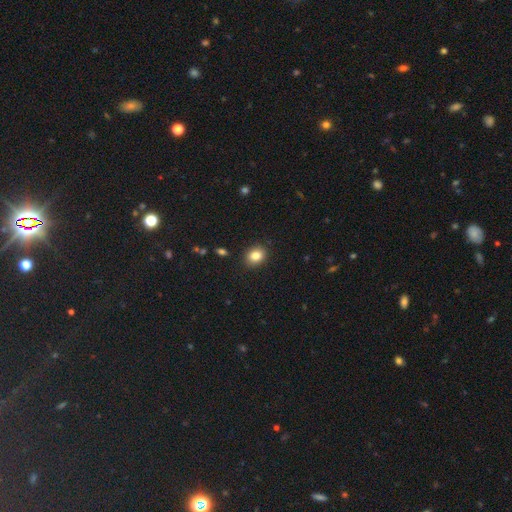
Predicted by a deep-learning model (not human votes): smooth 84%, star or artifact 10%, featured or disk 7%. Down the decision tree: how rounded — round (54%); merging — none (89%).